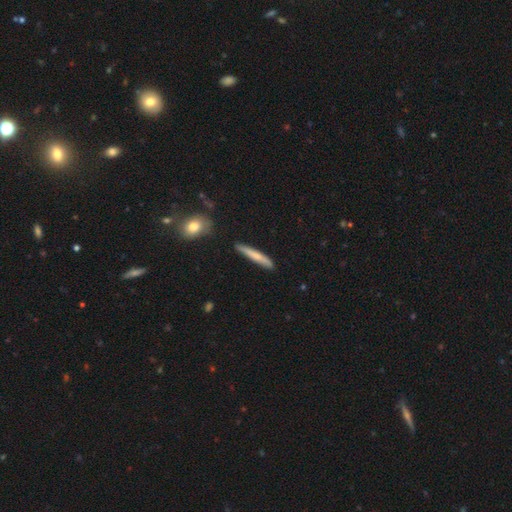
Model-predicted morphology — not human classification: Smooth or featured: smooth — 65% (featured or disk — 29%)
How rounded: cigar-shaped — 94% (in between — 4%)
Merging: none — 86% (minor disturbance — 10%)